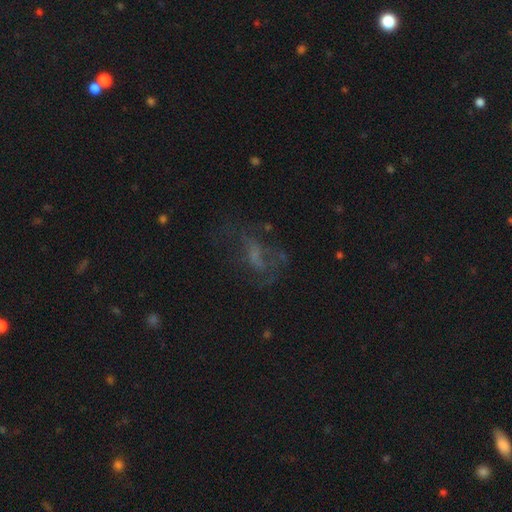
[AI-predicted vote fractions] smooth_or_featured: featured or disk (p=0.44) [alt: smooth p=0.31]
merging: none (p=0.44) [alt: major disturbance p=0.34]